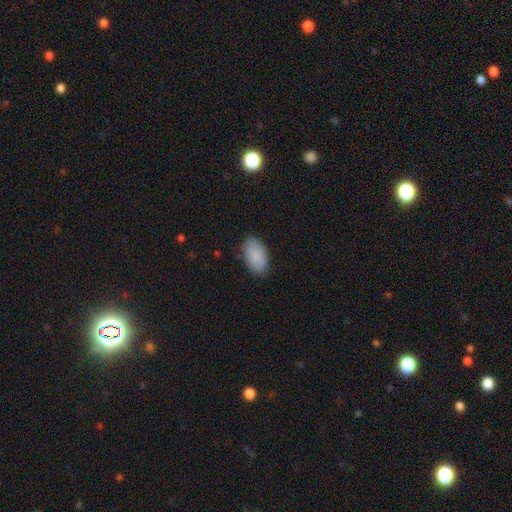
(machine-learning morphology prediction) Q: Smooth or featured?
A: smooth (89%); runner-up: star or artifact (6%)
Q: How rounded?
A: in between (95%); runner-up: round (4%)
Q: Merging?
A: none (84%); runner-up: minor disturbance (12%)